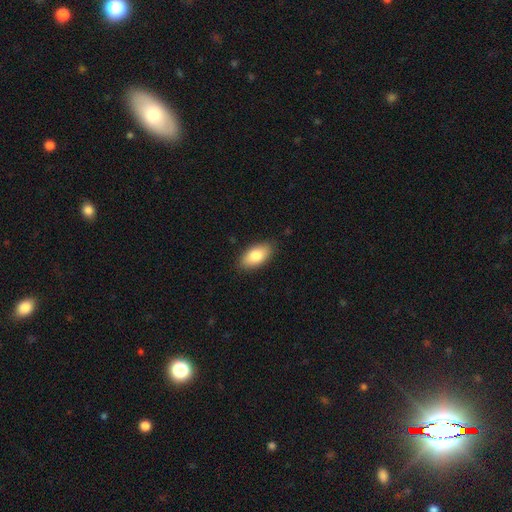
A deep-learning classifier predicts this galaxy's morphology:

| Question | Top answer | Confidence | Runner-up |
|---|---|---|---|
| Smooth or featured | smooth | 82% | featured or disk (12%) |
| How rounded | in between | 92% | cigar-shaped (5%) |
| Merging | none | 87% | minor disturbance (10%) |